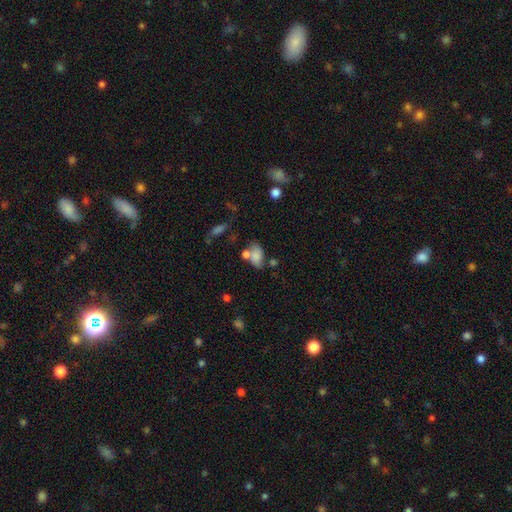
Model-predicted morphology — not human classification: smooth-or-featured: smooth: 76% | featured or disk: 13% | star or artifact: 10%
  how-rounded: in between: 87% | round: 10% | cigar-shaped: 3%
  merging: none: 42% | merger: 28% | minor disturbance: 20% | major disturbance: 10%